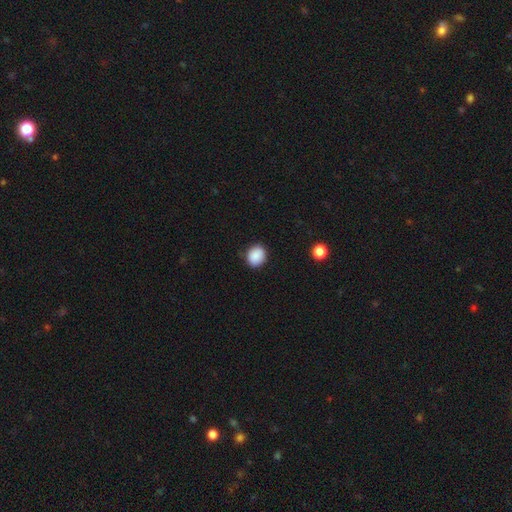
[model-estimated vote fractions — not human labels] Smooth or featured? smooth (88%)
How rounded? round (70%)
Merging? none (86%)